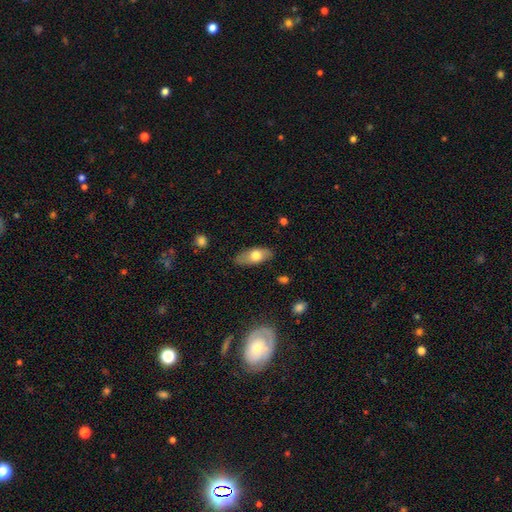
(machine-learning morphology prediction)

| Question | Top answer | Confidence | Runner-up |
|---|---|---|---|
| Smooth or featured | smooth | 68% | featured or disk (26%) |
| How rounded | in between | 85% | cigar-shaped (11%) |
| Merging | none | 83% | minor disturbance (13%) |